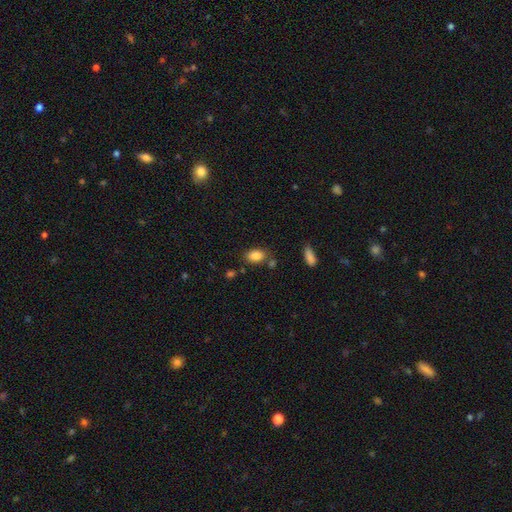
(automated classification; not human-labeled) Smooth or featured?
  - smooth: 86% *
  - star or artifact: 9%
  - featured or disk: 5%
How rounded?
  - in between: 85% *
  - round: 13%
  - cigar-shaped: 2%
Merging?
  - none: 73% *
  - minor disturbance: 14%
  - merger: 9%
  - major disturbance: 4%